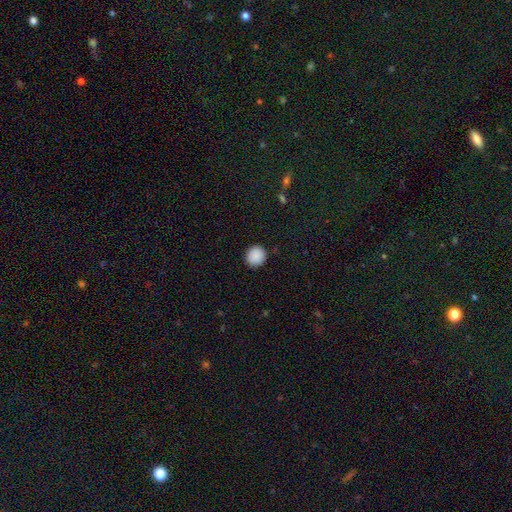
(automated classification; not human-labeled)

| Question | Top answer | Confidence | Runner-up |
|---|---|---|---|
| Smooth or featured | smooth | 90% | star or artifact (8%) |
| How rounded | round | 87% | in between (12%) |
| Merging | none | 90% | minor disturbance (7%) |